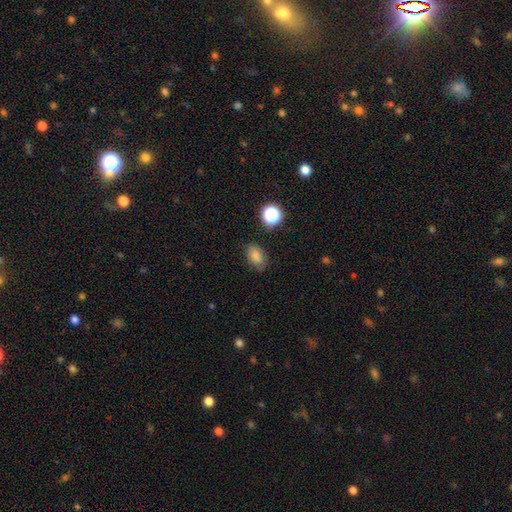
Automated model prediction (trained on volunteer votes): Smooth or featured: smooth — 78% (star or artifact — 13%)
How rounded: in between — 79% (round — 20%)
Merging: none — 74% (minor disturbance — 19%)